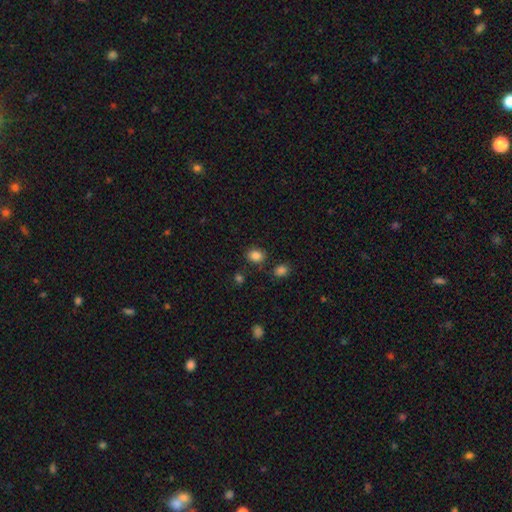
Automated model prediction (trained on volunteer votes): The model was most divided on "how rounded": in between: 51%, round: 48%, cigar-shaped: 1%. More confident: smooth or featured — smooth (85%); merging — none (80%).